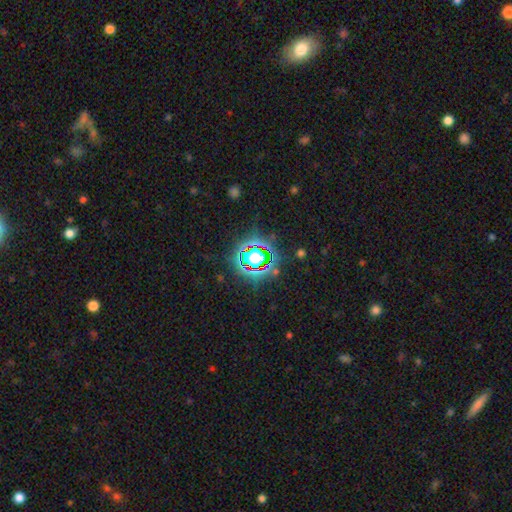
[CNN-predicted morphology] Q: Smooth or featured?
A: star or artifact (69%); runner-up: smooth (19%)